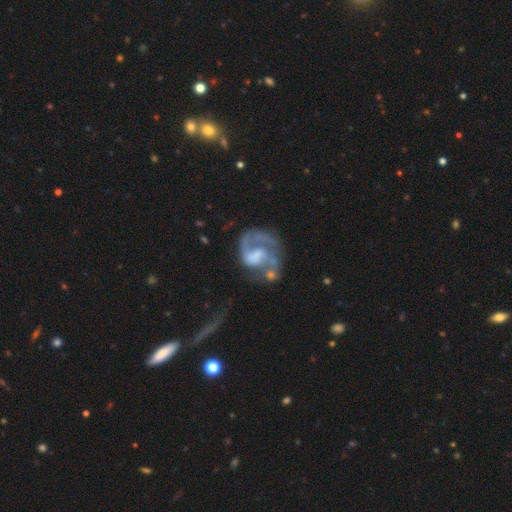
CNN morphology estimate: This is likely a featured or disk galaxy (79%). It is clearly not viewed edge-on (98%). Bar: possibly no (53%). Spiral arm pattern: clearly yes (85%). Spiral arm count: marginally 1 (41%). Spiral winding: marginally medium (43%). Central bulge: marginally none (37%). Merging: marginally none (37%).